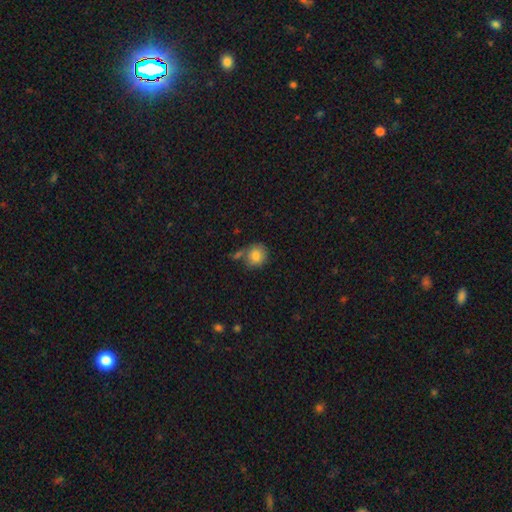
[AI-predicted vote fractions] This appears to be a smooth galaxy with no disk features (82%) that is round (85%). Merging: none (63%).